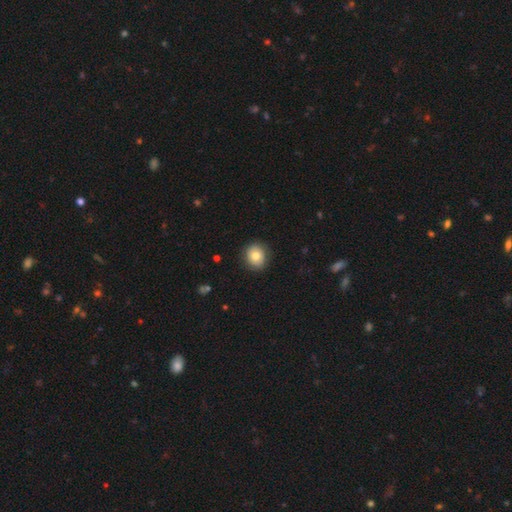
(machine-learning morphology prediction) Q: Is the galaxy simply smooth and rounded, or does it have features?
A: smooth — 75%.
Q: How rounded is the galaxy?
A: round — 80%.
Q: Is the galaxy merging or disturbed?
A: none — 86%.